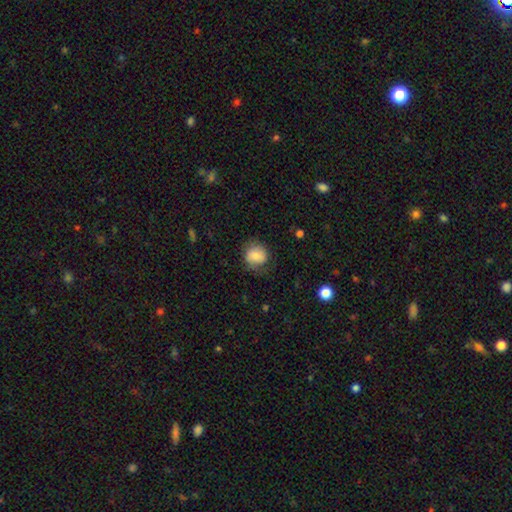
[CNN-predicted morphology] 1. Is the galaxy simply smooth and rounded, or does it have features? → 77% smooth, 15% featured or disk, 8% star or artifact.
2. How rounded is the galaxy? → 80% round, 19% in between, 1% cigar-shaped.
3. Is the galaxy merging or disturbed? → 72% none, 19% minor disturbance, 8% major disturbance, 1% merger.